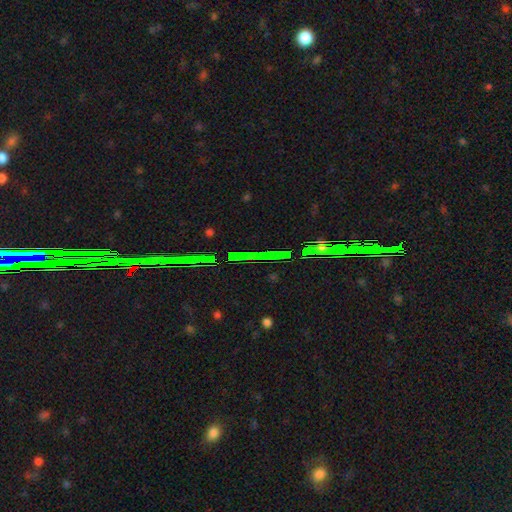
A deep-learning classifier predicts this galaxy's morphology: star or artifact 74%, featured or disk 15%, smooth 10%.